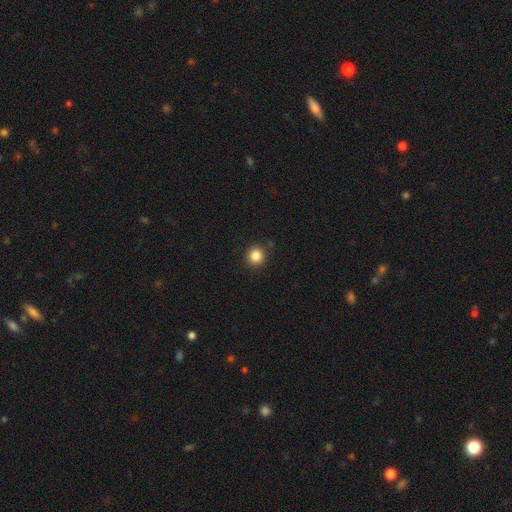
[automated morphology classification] This is clearly a smooth galaxy (85%). How rounded: clearly round (91%). Merging: clearly none (89%).